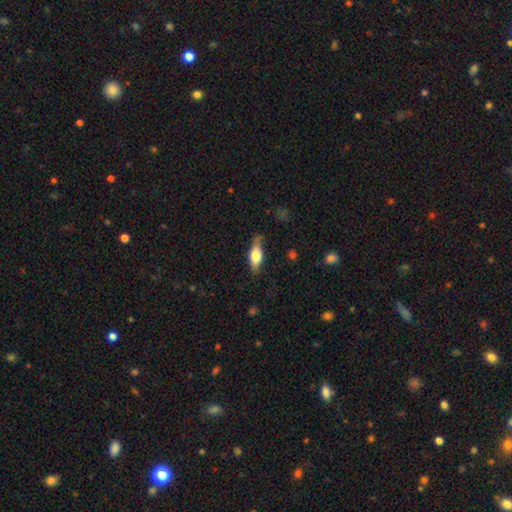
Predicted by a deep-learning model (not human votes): Smooth or featured? Predicted: smooth (p=0.65). How rounded? Predicted: in between (p=0.65). Merging? Predicted: none (p=0.67).